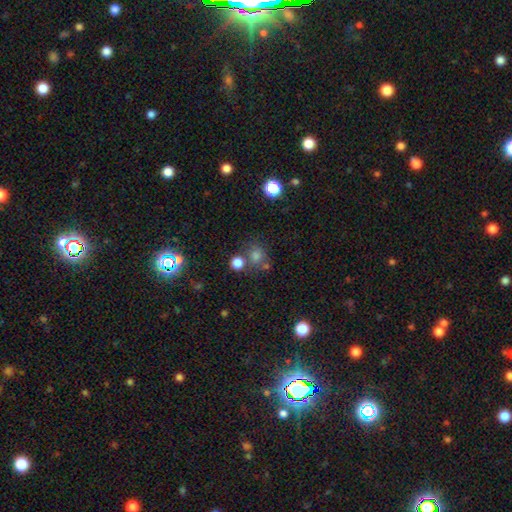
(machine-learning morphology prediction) Smooth or featured: smooth — 62% (star or artifact — 29%)
How rounded: round — 84% (in between — 15%)
Merging: none — 65% (merger — 19%)